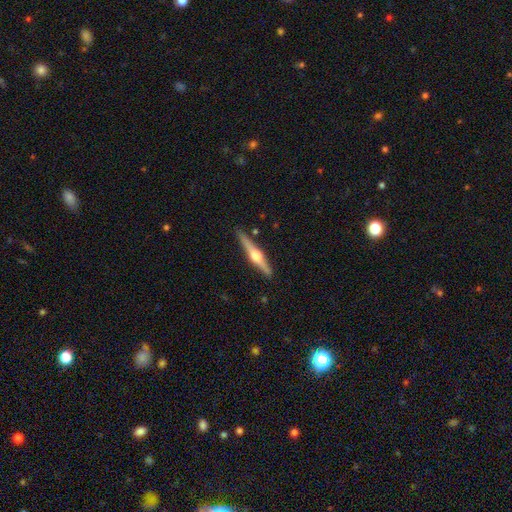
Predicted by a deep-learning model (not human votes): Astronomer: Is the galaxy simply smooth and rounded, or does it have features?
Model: featured or disk — 73%.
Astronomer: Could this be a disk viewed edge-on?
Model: yes — 98%.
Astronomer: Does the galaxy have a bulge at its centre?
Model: rounded — 94%.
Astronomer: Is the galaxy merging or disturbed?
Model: none — 89%.